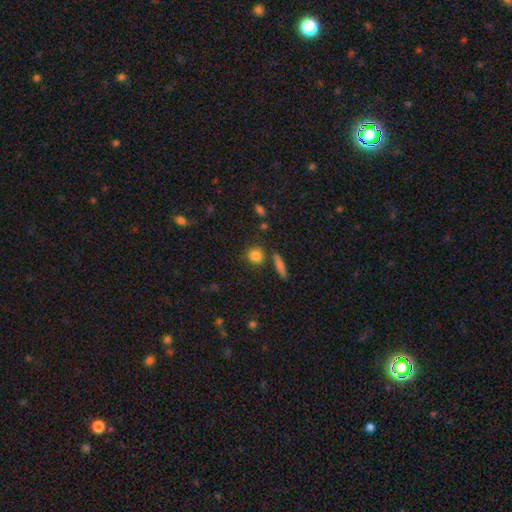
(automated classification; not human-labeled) smooth 82%, star or artifact 11%, featured or disk 7%. Down the decision tree: how rounded — round (81%); merging — none (77%).